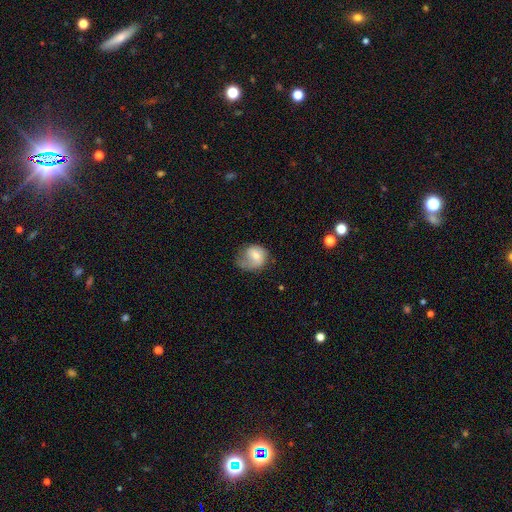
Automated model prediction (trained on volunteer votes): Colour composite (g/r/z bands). It shows a smooth galaxy with no disk features (57%) that is round (59%). Merging: none (35%).